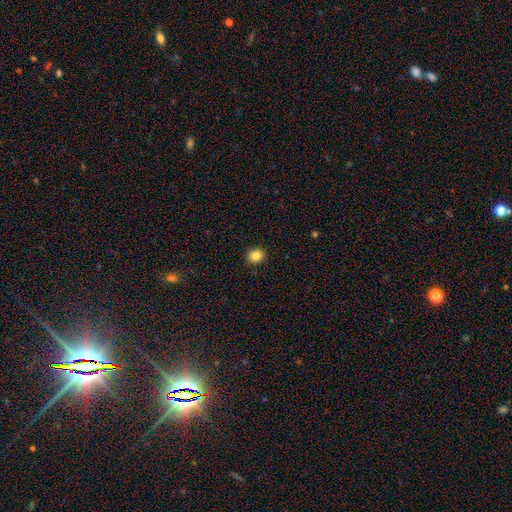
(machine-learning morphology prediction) This appears to be a smooth galaxy with no disk features (84%) that is round (80%). Merging: none (91%).